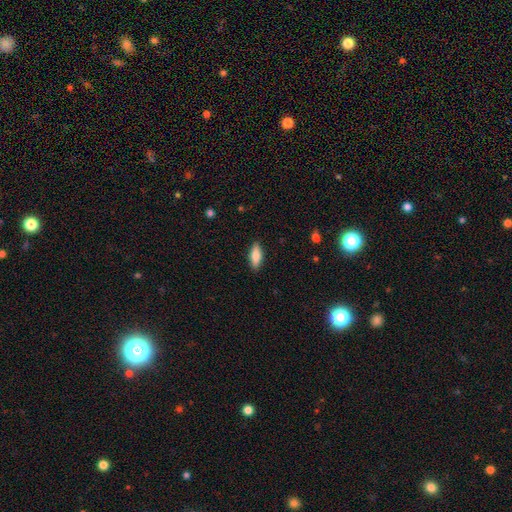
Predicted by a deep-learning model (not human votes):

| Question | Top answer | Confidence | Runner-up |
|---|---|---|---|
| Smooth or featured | smooth | 80% | featured or disk (14%) |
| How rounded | in between | 67% | cigar-shaped (31%) |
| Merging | none | 88% | minor disturbance (9%) |